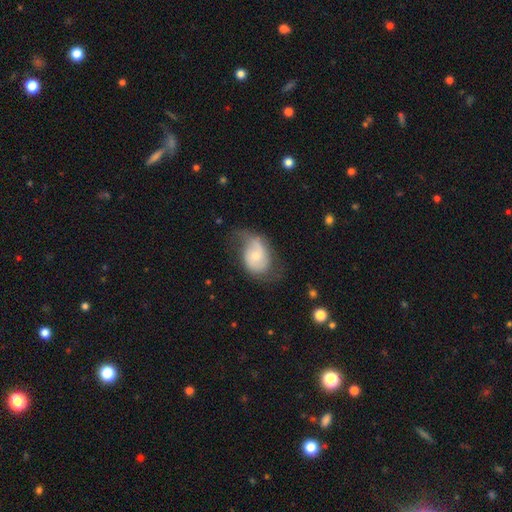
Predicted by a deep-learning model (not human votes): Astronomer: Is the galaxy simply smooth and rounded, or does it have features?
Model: featured or disk — 53% (runner-up: smooth, 40%).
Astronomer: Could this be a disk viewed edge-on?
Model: no — 96%.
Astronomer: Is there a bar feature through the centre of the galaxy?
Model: no — 68%.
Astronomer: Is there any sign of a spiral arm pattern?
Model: yes — 78%.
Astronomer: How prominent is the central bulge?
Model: small — 52% (runner-up: moderate, 41%).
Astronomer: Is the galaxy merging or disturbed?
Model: none — 38% (runner-up: minor disturbance, 33%).